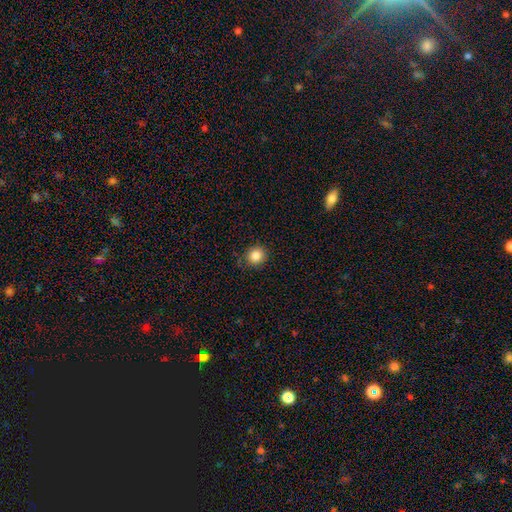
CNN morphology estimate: smooth_or_featured: smooth (p=0.85) [alt: star or artifact p=0.10]
how_rounded: round (p=0.88) [alt: in between p=0.11]
merging: none (p=0.85) [alt: minor disturbance p=0.11]